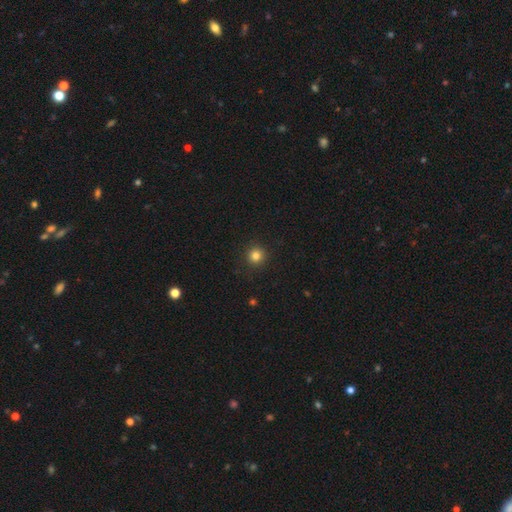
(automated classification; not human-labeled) smooth 83%, star or artifact 13%, featured or disk 5%. Down the decision tree: how rounded — round (95%); merging — none (91%).